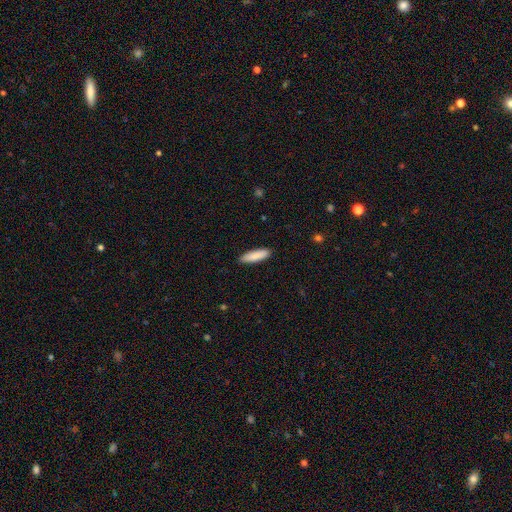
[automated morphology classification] smooth_or_featured: smooth (p=0.87) [alt: featured or disk p=0.08]
how_rounded: cigar-shaped (p=0.63) [alt: in between p=0.35]
merging: none (p=0.89) [alt: minor disturbance p=0.08]